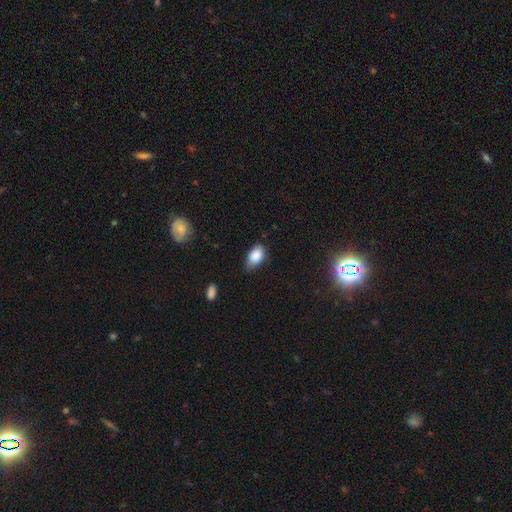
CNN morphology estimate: Q: Smooth or featured?
A: smooth (86%); runner-up: star or artifact (8%)
Q: How rounded?
A: in between (90%); runner-up: round (8%)
Q: Merging?
A: none (61%); runner-up: minor disturbance (32%)